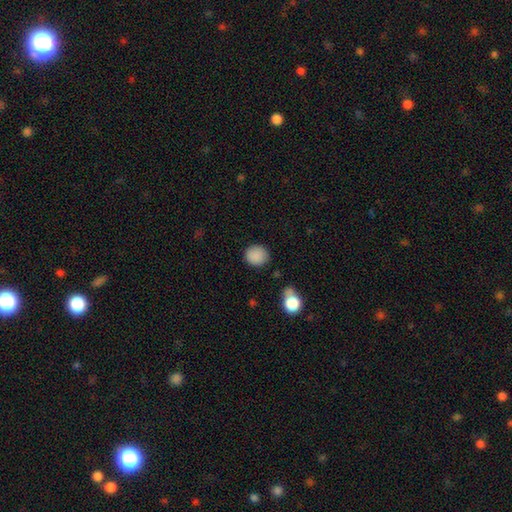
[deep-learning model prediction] Smooth or featured?
  - smooth: 87% *
  - star or artifact: 9%
  - featured or disk: 3%
How rounded?
  - round: 85% *
  - in between: 14%
  - cigar-shaped: 1%
Merging?
  - none: 83% *
  - minor disturbance: 11%
  - major disturbance: 3%
  - merger: 2%